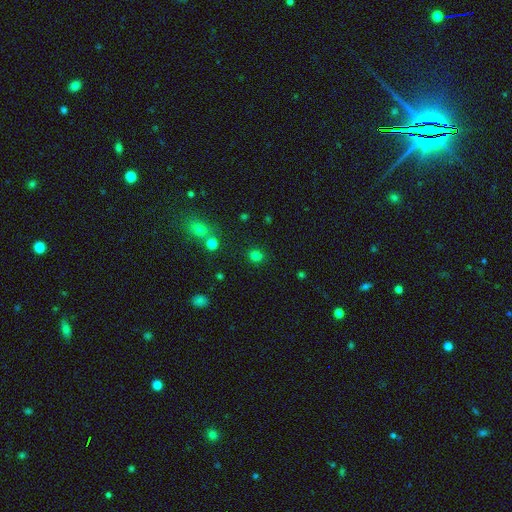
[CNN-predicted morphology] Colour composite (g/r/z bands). It shows a smooth galaxy with no disk features (78%) that is round (80%). Merging: none (86%).